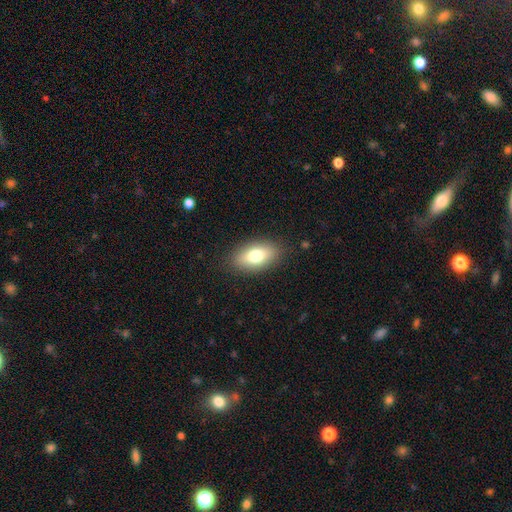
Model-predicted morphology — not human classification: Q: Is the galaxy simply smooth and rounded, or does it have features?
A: smooth — 75%.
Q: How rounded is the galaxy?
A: in between — 88%.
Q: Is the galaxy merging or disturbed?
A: none — 86%.